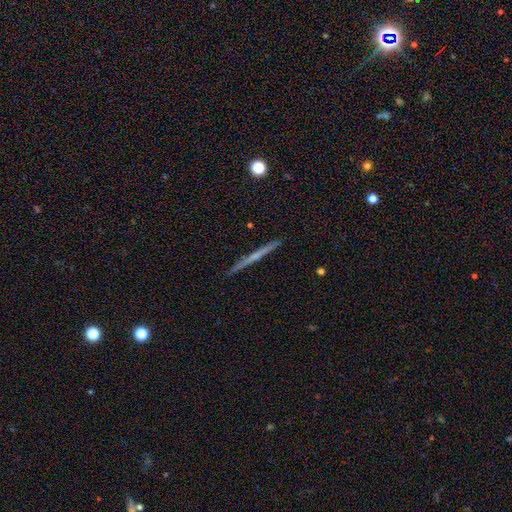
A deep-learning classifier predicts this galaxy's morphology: Overall: featured or disk (59%; smooth 35%). Edge-on disk: yes (98%). Edge-on bulge: none (74%). Merging: none (93%).